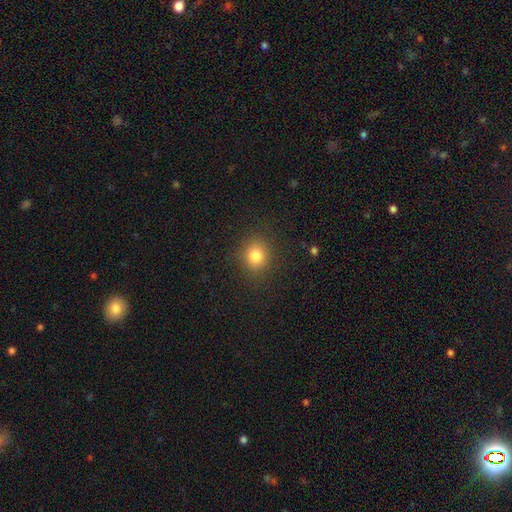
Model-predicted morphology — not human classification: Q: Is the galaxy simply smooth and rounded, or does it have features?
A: smooth — 82%.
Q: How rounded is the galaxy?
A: round — 83%.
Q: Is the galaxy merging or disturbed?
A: none — 87%.